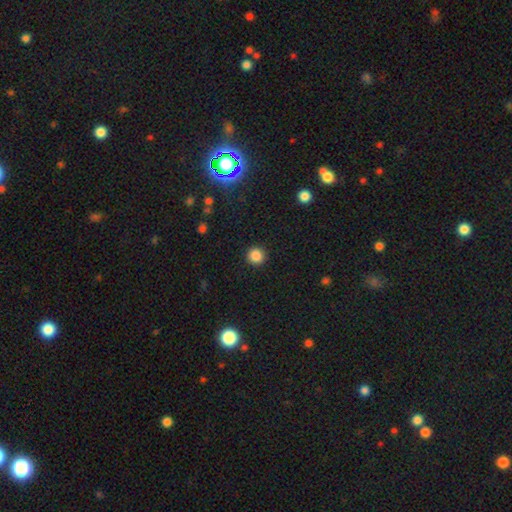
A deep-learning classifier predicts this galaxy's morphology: This appears to be a smooth galaxy with no disk features (85%) that is round (94%). Merging: none (92%).